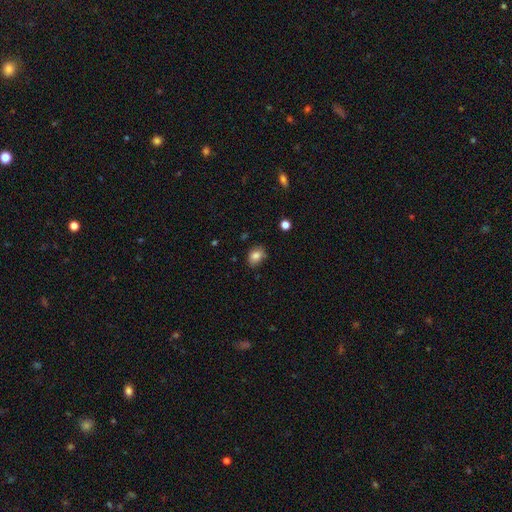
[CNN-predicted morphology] Smooth or featured? smooth (83%)
How rounded? in between (63%)
Merging? none (75%)